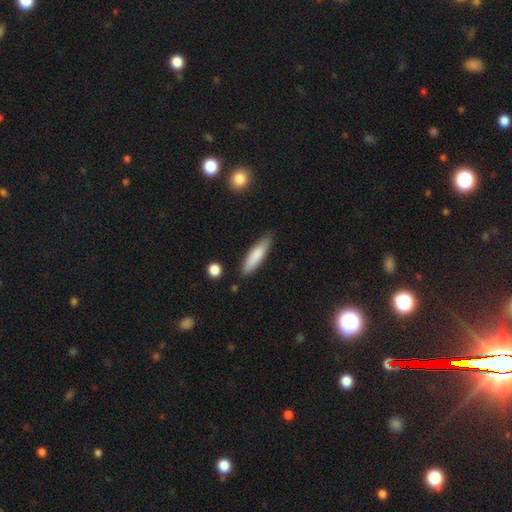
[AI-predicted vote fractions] This appears to be a smooth galaxy with no disk features (81%) that is cigar-shaped (68%). Merging: none (84%).